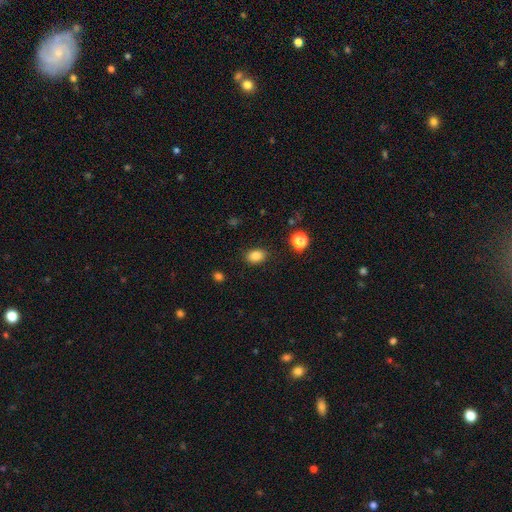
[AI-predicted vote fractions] Smooth or featured: smooth — 85% (star or artifact — 11%)
How rounded: in between — 70% (round — 29%)
Merging: none — 86% (minor disturbance — 10%)